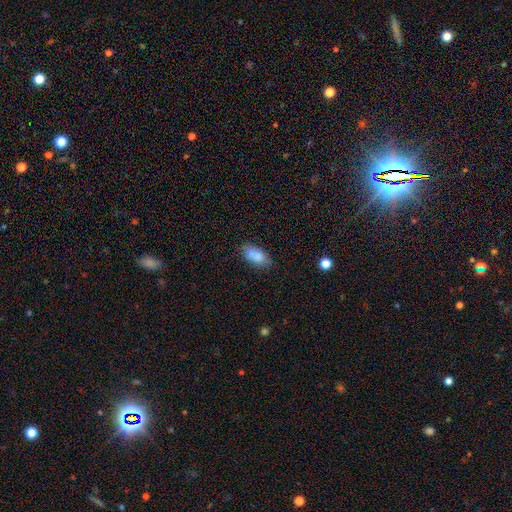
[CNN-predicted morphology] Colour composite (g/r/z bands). It shows a smooth galaxy with no disk features (80%) that is in between round and cigar-shaped (88%). Merging: none (63%).